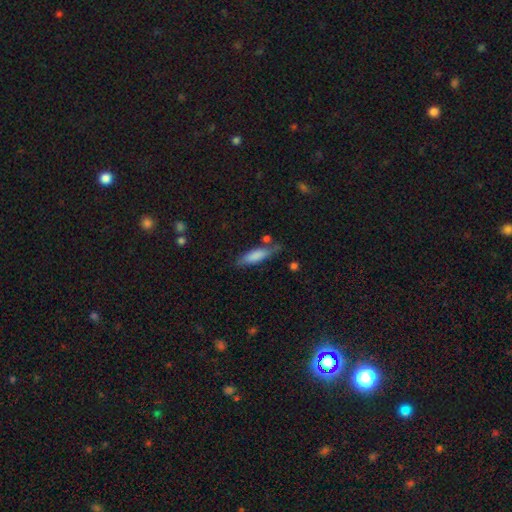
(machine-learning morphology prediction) smooth 79%, featured or disk 15%, star or artifact 6%. Down the decision tree: how rounded — cigar-shaped (58%); merging — none (65%).